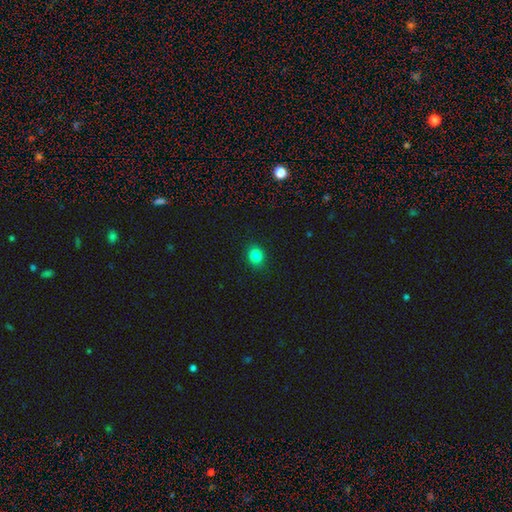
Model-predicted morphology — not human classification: Smooth or featured? smooth (83%)
How rounded? round (61%)
Merging? none (90%)